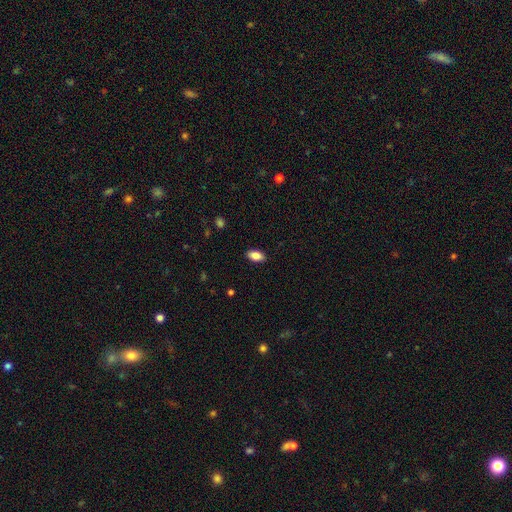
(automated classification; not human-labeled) Smooth or featured? Predicted: smooth (p=0.86). How rounded? Predicted: in between (p=0.91). Merging? Predicted: none (p=0.89).